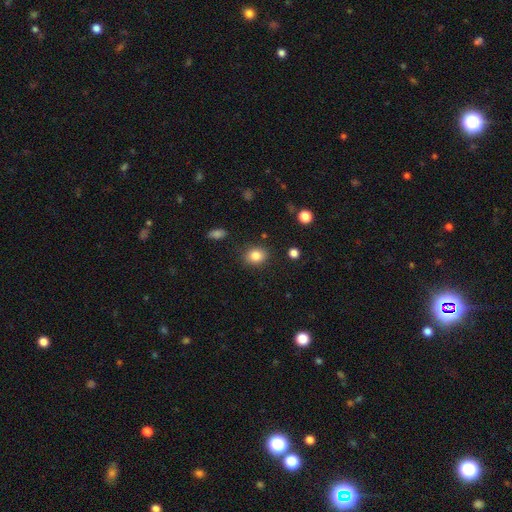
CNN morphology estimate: The model was most divided on "how rounded": round: 53%, in between: 46%, cigar-shaped: 1%. More confident: merging — none (86%); smooth or featured — smooth (83%).